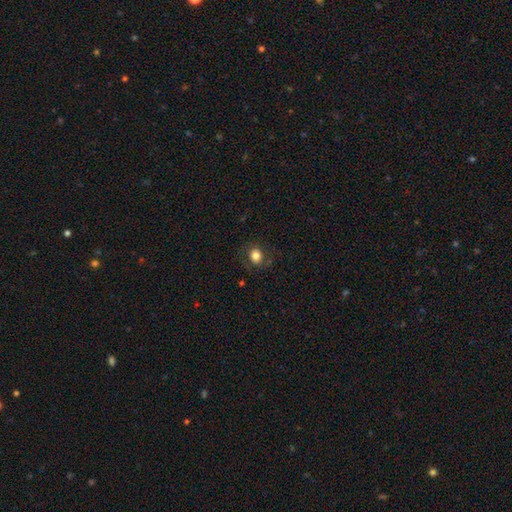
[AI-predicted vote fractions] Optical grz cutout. It shows a smooth galaxy with no disk features (80%) that is round (69%). Merging: none (78%).